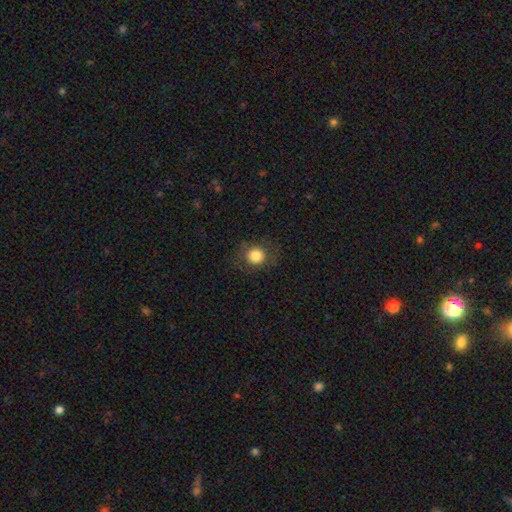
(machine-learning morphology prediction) smooth_or_featured: smooth (p=0.82) [alt: star or artifact p=0.10]
how_rounded: round (p=0.88) [alt: in between p=0.11]
merging: none (p=0.82) [alt: minor disturbance p=0.11]